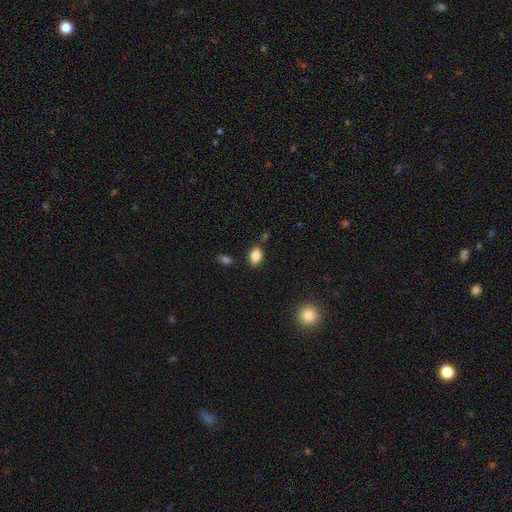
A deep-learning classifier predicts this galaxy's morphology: This appears to be a smooth galaxy with no disk features (86%) that is in between round and cigar-shaped (87%). Merging: none (77%).